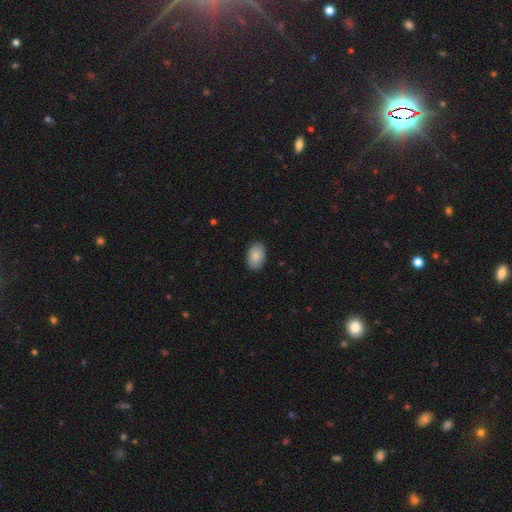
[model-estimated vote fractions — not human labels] Smooth or featured?
  - smooth: 87% *
  - featured or disk: 7%
  - star or artifact: 6%
How rounded?
  - in between: 89% *
  - round: 10%
  - cigar-shaped: 1%
Merging?
  - none: 88% *
  - minor disturbance: 9%
  - major disturbance: 2%
  - merger: 1%